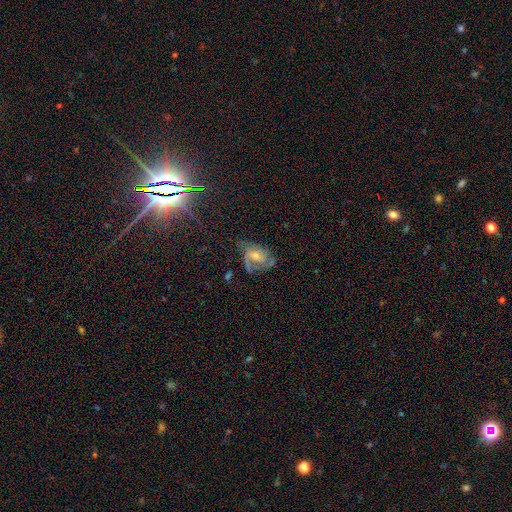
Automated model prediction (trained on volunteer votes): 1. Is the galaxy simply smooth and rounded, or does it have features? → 63% featured or disk, 21% star or artifact, 17% smooth.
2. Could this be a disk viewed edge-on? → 96% no, 4% yes.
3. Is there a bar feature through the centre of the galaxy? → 57% no, 33% weak, 9% strong.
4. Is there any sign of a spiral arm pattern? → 87% yes, 13% no.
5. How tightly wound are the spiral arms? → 45% medium, 36% tight, 19% loose.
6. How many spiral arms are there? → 40% 2, 25% can't tell, 19% 3, 9% 1, 4% 4, 4% more than 4.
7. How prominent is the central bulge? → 51% moderate, 39% small, 5% none, 4% large, 1% dominant.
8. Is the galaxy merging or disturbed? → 55% none, 24% minor disturbance, 18% major disturbance, 3% merger.